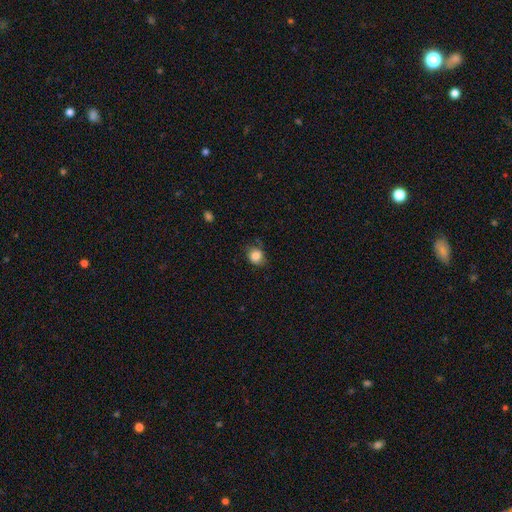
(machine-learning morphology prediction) Smooth or featured? Predicted: smooth (p=0.85). How rounded? Predicted: round (p=0.76). Merging? Predicted: none (p=0.73).